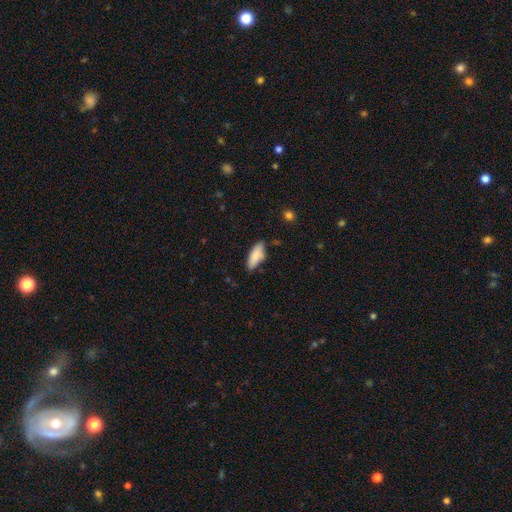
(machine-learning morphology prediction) Smooth or featured? Predicted: smooth (p=0.86). How rounded? Predicted: in between (p=0.72). Merging? Predicted: none (p=0.74).